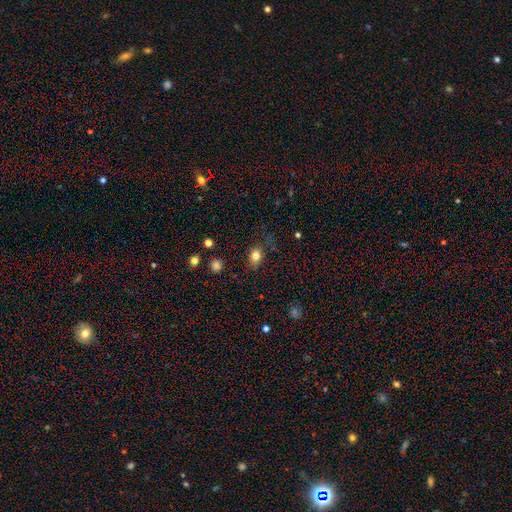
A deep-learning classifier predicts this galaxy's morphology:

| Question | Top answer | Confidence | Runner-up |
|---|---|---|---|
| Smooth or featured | smooth | 81% | star or artifact (11%) |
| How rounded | in between | 61% | round (38%) |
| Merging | none | 78% | minor disturbance (15%) |